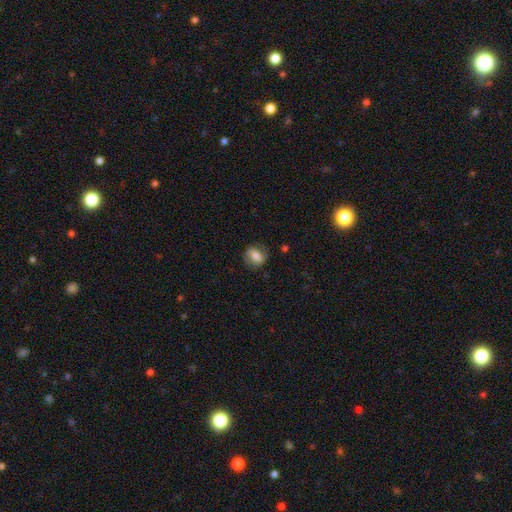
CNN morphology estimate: smooth-or-featured: smooth: 65% | featured or disk: 26% | star or artifact: 9%
  how-rounded: round: 56% | in between: 43% | cigar-shaped: 2%
  merging: none: 77% | minor disturbance: 16% | major disturbance: 5% | merger: 1%